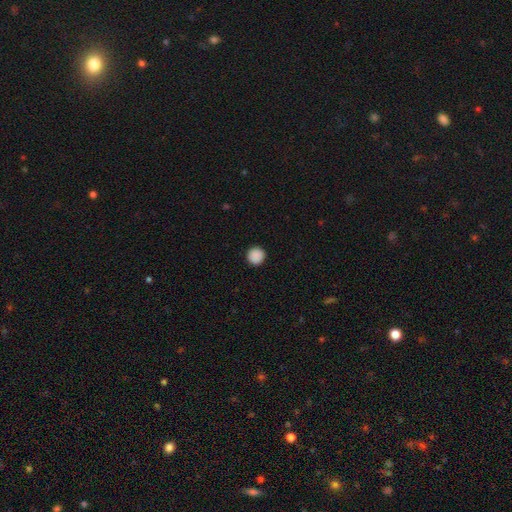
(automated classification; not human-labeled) The model was most divided on "smooth or featured": smooth: 89%, star or artifact: 9%, featured or disk: 2%. More confident: how rounded — round (95%); merging — none (93%).